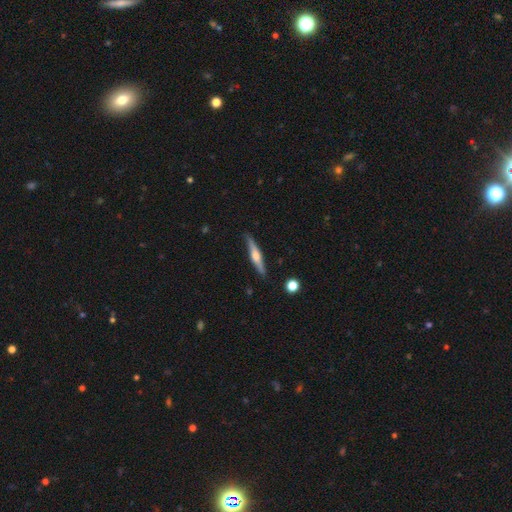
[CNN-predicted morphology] Smooth or featured? Predicted: featured or disk (p=0.60). Edge-on disk? Predicted: yes (p=0.96). Edge-on bulge? Predicted: rounded (p=0.88). Merging? Predicted: none (p=0.86).